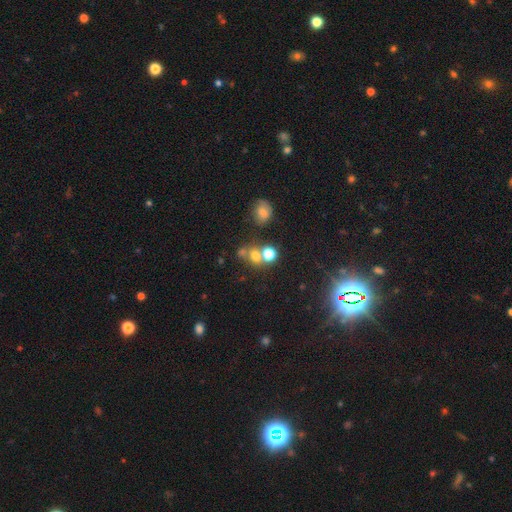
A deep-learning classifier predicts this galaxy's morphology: The model was most divided on "merging" (2-way tie): merger: 43%, none: 43%, minor disturbance: 9%, major disturbance: 5%. More confident: how rounded — round (70%); smooth or featured — smooth (66%).